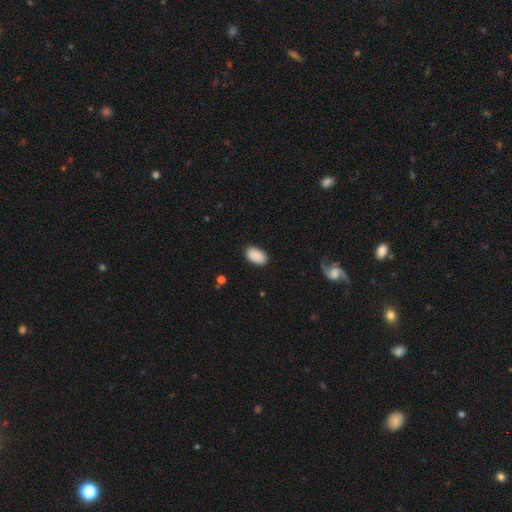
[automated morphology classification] Q: Smooth or featured?
A: smooth (90%); runner-up: star or artifact (7%)
Q: How rounded?
A: in between (95%); runner-up: round (4%)
Q: Merging?
A: none (87%); runner-up: minor disturbance (10%)